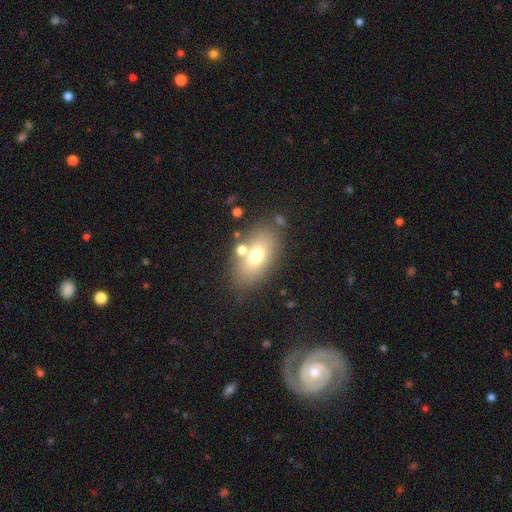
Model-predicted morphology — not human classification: Smooth or featured?
  - smooth: 70% *
  - featured or disk: 19%
  - star or artifact: 10%
How rounded?
  - in between: 88% *
  - round: 8%
  - cigar-shaped: 4%
Merging?
  - none: 75% *
  - minor disturbance: 12%
  - merger: 9%
  - major disturbance: 5%